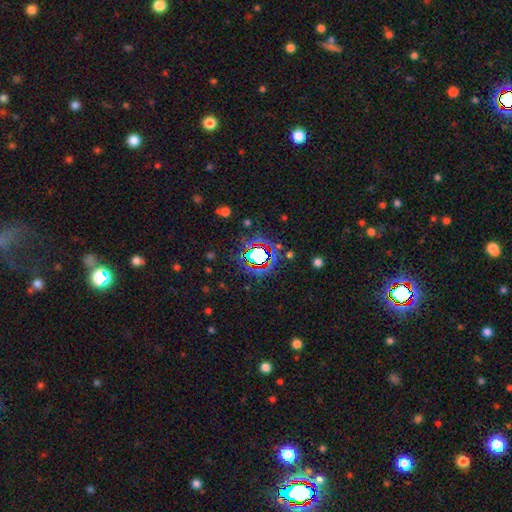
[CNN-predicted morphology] smooth-or-featured: star or artifact: 65% | smooth: 23% | featured or disk: 13%